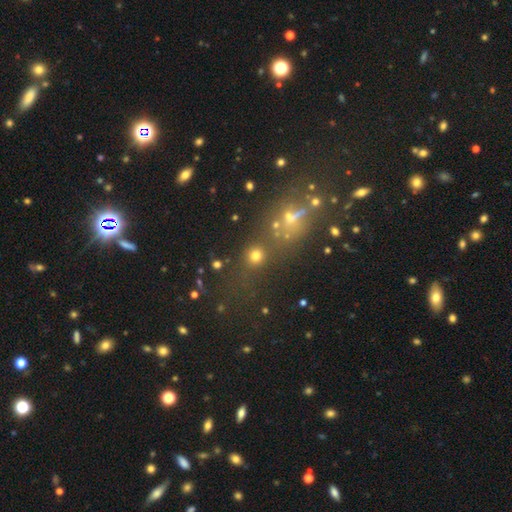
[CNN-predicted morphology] Overall: smooth (71%). How rounded: round (85%). Merging: none (72%).